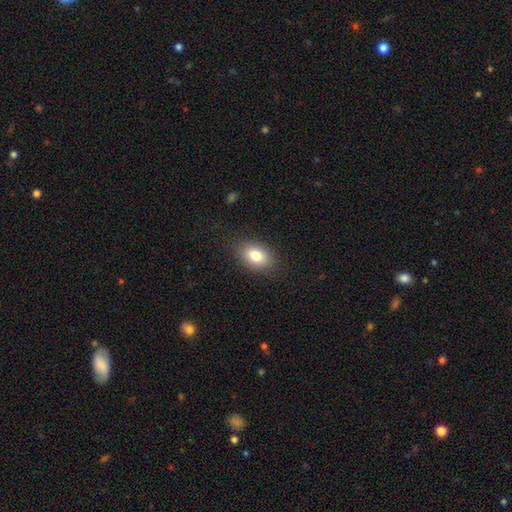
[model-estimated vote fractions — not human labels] This appears to be a smooth galaxy with no disk features (81%) that is in between round and cigar-shaped (86%). Merging: none (85%).